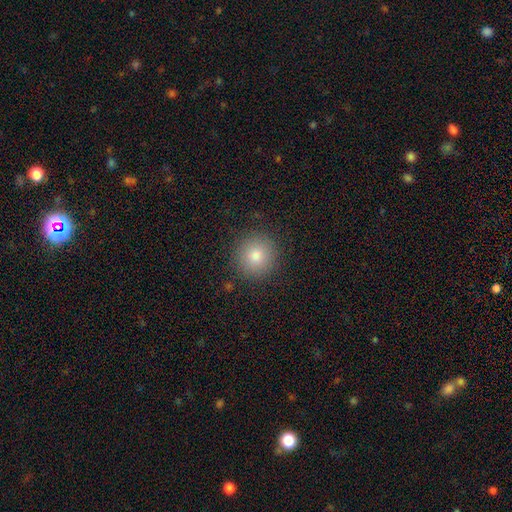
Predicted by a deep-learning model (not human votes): Smooth or featured?
  - smooth: 81% *
  - star or artifact: 11%
  - featured or disk: 8%
How rounded?
  - round: 93% *
  - in between: 6%
  - cigar-shaped: 1%
Merging?
  - none: 90% *
  - minor disturbance: 6%
  - major disturbance: 2%
  - merger: 1%